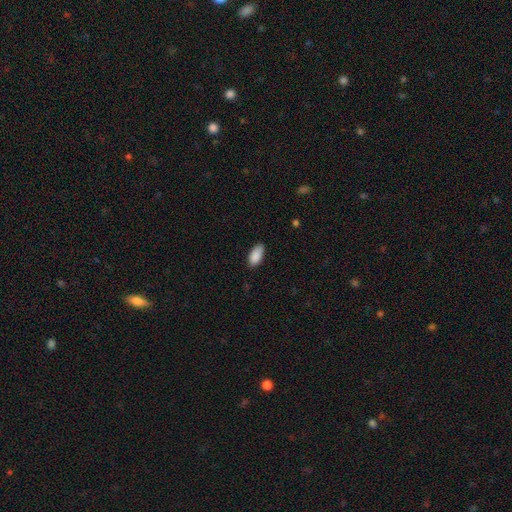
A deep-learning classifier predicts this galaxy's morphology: Smooth or featured: smooth — 90% (star or artifact — 6%)
How rounded: in between — 91% (cigar-shaped — 7%)
Merging: none — 83% (minor disturbance — 14%)